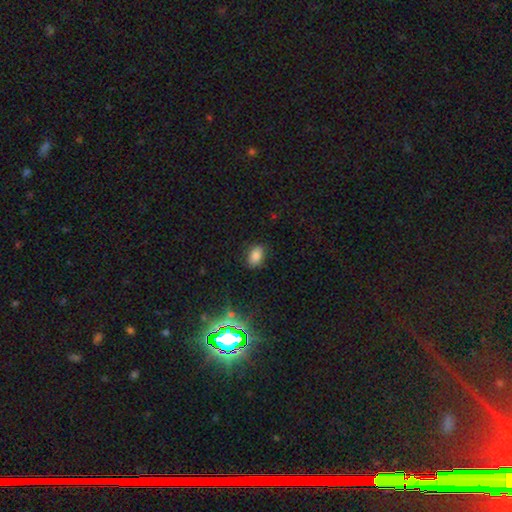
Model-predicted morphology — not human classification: The model was most divided on "smooth or featured": smooth: 79%, star or artifact: 14%, featured or disk: 8%. More confident: how rounded — in between (84%); merging — none (84%).